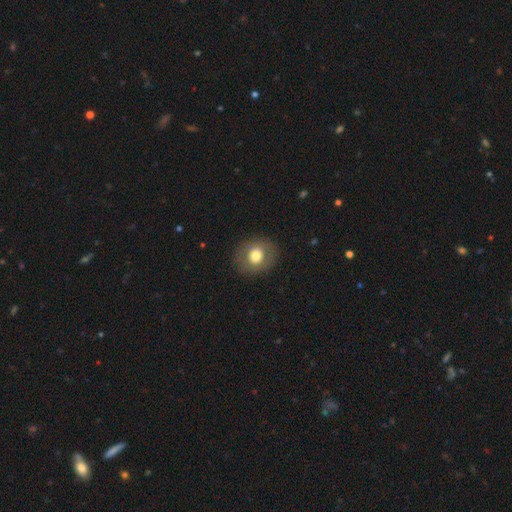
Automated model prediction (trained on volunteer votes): This is likely a smooth galaxy (69%). How rounded: likely round (73%). Merging: clearly none (85%).